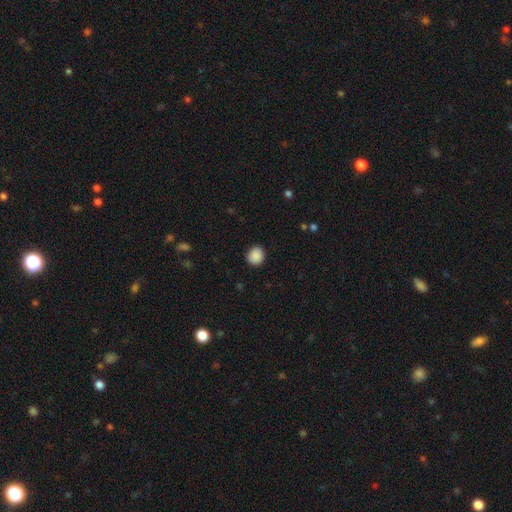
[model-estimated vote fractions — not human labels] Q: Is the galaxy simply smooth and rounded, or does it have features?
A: smooth — 89%.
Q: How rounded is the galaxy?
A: round — 79%.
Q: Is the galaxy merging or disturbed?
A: none — 89%.